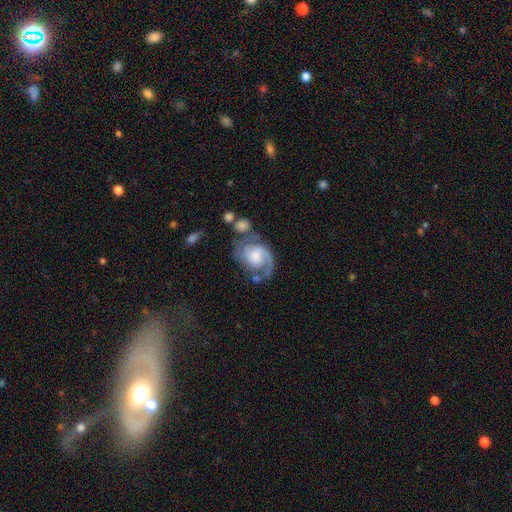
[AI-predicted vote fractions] This is clearly a featured or disk galaxy (81%). It is clearly not viewed edge-on (98%). Bar: possibly no (58%). Spiral arm pattern: clearly yes (95%). Spiral arm count: likely 2 (64%). Spiral winding: possibly medium (47%). Central bulge: marginally moderate (36%). Merging: possibly none (49%).